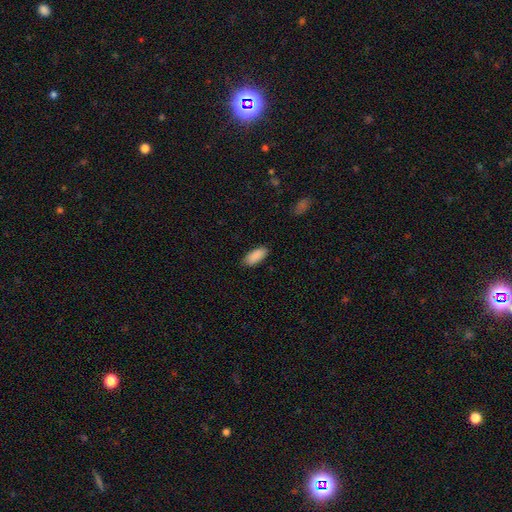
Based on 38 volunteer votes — This appears to be a smooth galaxy with no disk features (92%) that is in between round and cigar-shaped (91%). Merging: none (95%).